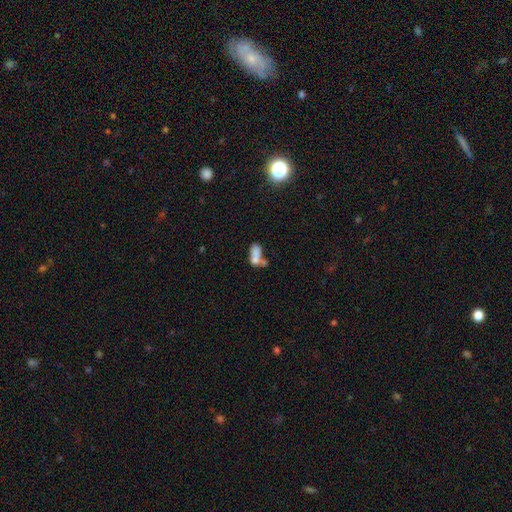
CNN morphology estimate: The model was most divided on "merging": merger: 54%, none: 22%, minor disturbance: 12%, major disturbance: 11%. More confident: how rounded — in between (81%); smooth or featured — smooth (69%).